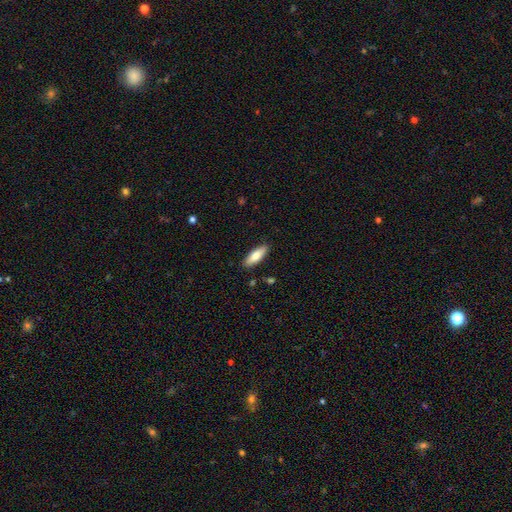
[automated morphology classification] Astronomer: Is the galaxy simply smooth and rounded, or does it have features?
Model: smooth — 78%.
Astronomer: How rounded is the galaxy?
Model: in between — 59% (runner-up: cigar-shaped, 40%).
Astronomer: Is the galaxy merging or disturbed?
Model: none — 89%.